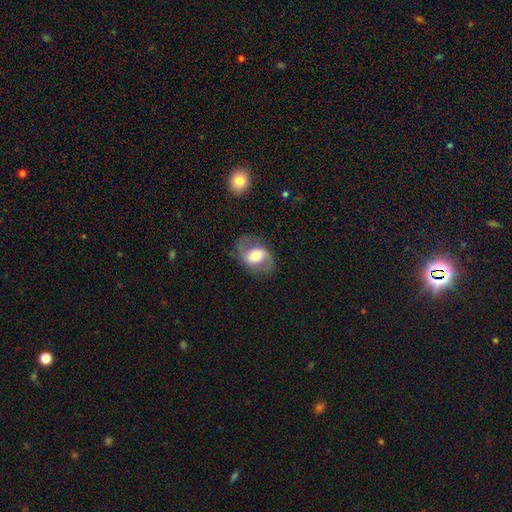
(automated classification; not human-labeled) This appears to be a featured or disk galaxy (71%) with a weak bar (40%), 2 (89%) medium (49%) spiral arms (86%) and a moderate central bulge (58%). Merging: none (73%).